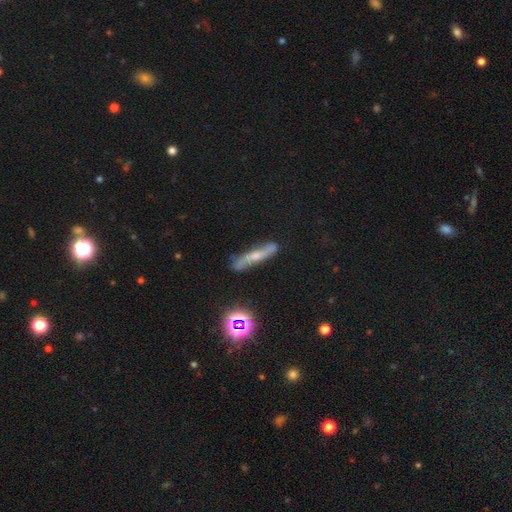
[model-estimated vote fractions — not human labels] Smooth or featured?
  - featured or disk: 57% *
  - smooth: 30%
  - star or artifact: 13%
Edge-on disk?
  - yes: 63% *
  - no: 37%
Merging?
  - none: 79% *
  - minor disturbance: 15%
  - major disturbance: 4%
  - merger: 2%